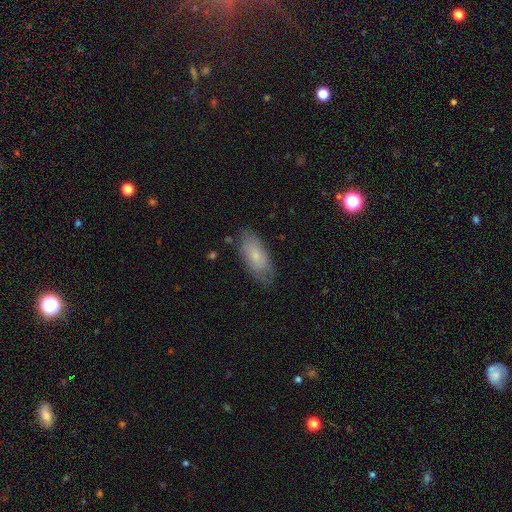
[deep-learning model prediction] Smooth or featured: smooth — 71% (featured or disk — 23%)
How rounded: in between — 87% (cigar-shaped — 11%)
Merging: none — 74% (minor disturbance — 20%)